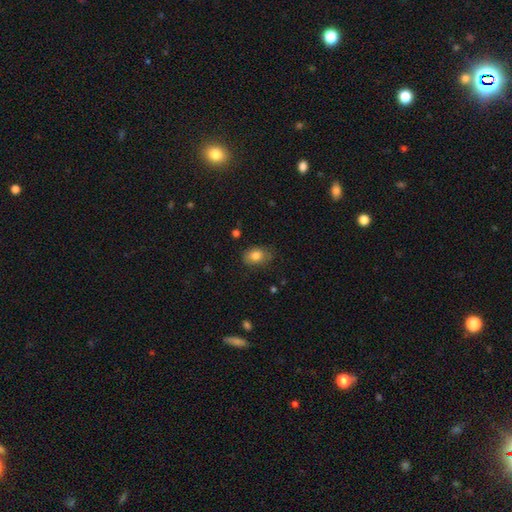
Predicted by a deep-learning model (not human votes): Smooth or featured?
  - smooth: 81% *
  - featured or disk: 10%
  - star or artifact: 9%
How rounded?
  - in between: 77% *
  - round: 22%
  - cigar-shaped: 1%
Merging?
  - none: 74% *
  - minor disturbance: 21%
  - major disturbance: 4%
  - merger: 1%